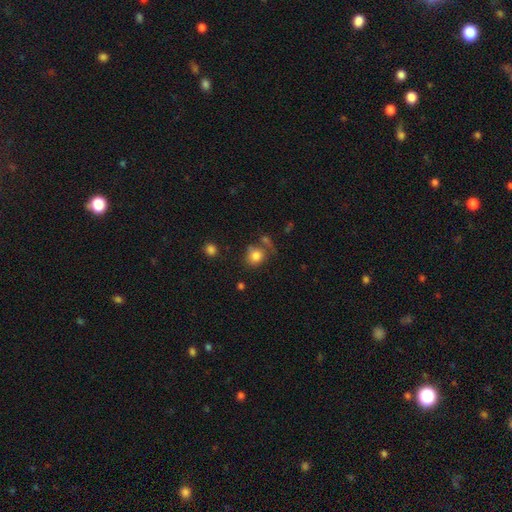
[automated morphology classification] type=smooth (81%); roundness=round (75%); merging=none (57%).